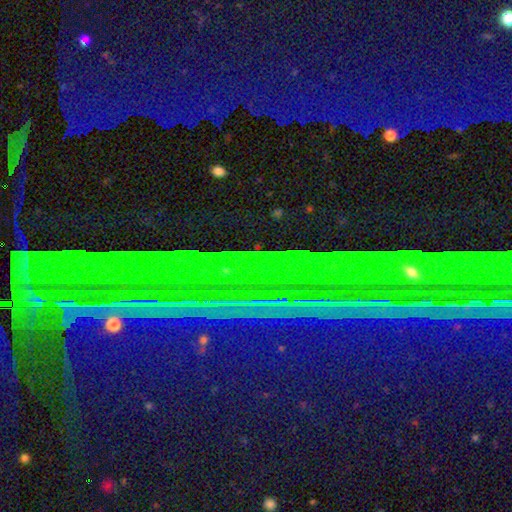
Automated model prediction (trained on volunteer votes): Overall: star or artifact (88%).